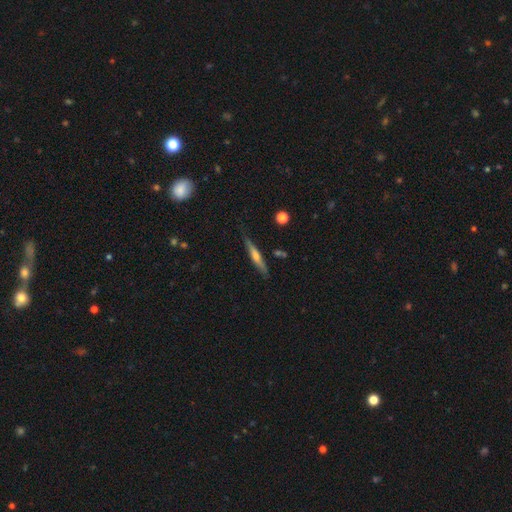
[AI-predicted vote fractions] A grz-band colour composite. It shows a featured or disk galaxy (52%) viewed edge-on (95%). Merging: none (81%).